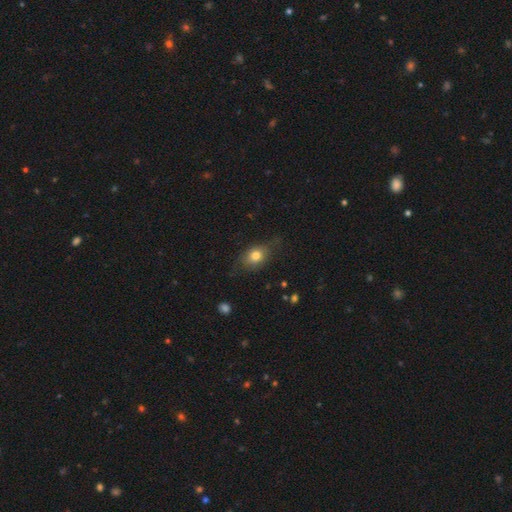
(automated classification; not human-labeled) Overall: smooth (76%). How rounded: in between (62%; round 36%). Merging: none (64%; minor disturbance 26%).